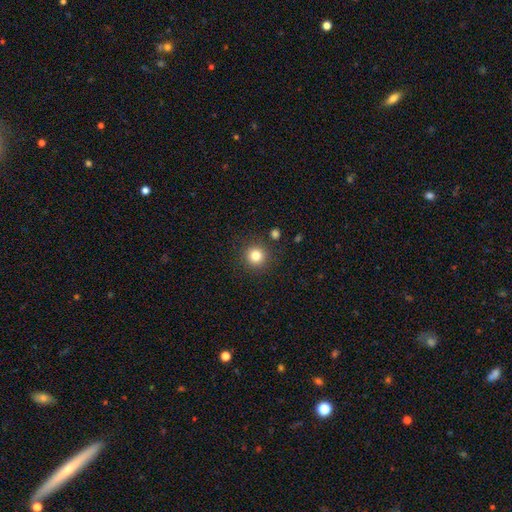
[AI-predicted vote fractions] This appears to be a smooth galaxy with no disk features (82%) that is round (94%). Merging: none (88%).